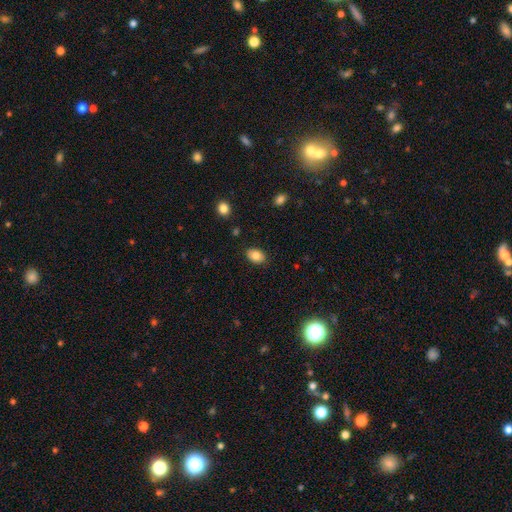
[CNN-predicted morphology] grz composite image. It shows a smooth galaxy with no disk features (84%) that is in between round and cigar-shaped (83%). Merging: none (86%).